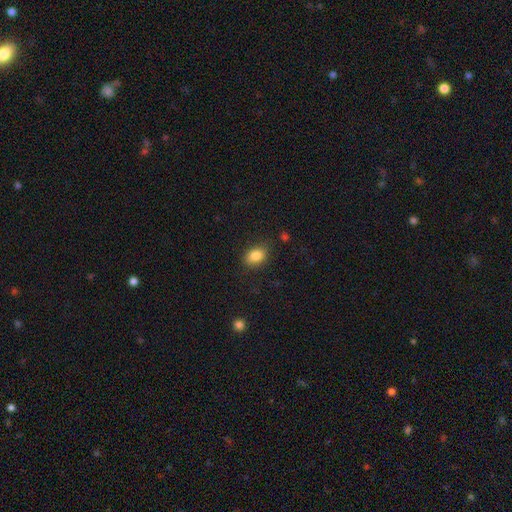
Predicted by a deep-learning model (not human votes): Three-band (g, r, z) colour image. It shows a smooth galaxy with no disk features (84%) that is in between round and cigar-shaped (76%). Merging: none (83%).